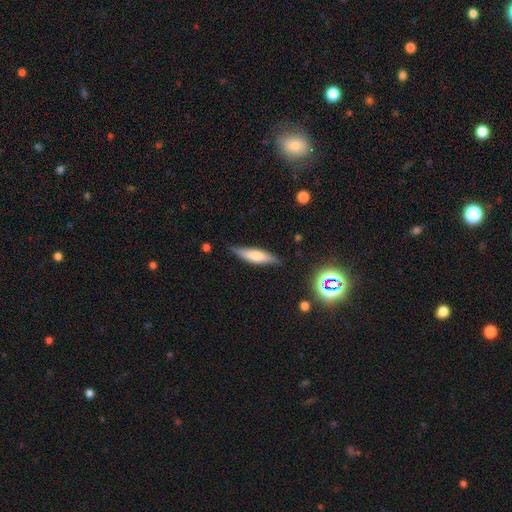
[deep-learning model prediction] Smooth or featured: smooth — 60% (featured or disk — 33%)
How rounded: cigar-shaped — 70% (in between — 28%)
Merging: none — 78% (minor disturbance — 17%)